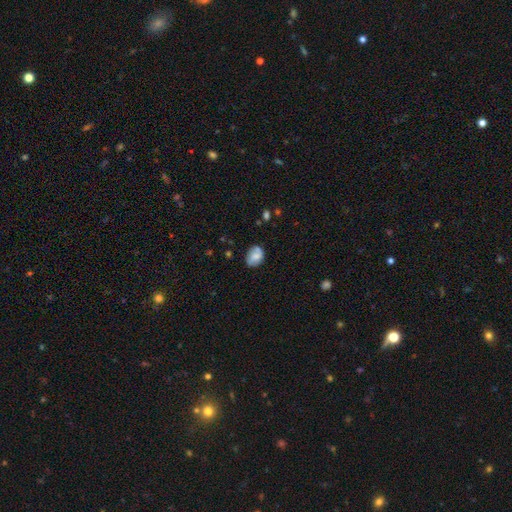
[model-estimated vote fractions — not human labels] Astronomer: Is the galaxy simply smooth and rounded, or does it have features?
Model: smooth — 63%.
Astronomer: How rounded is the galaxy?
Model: in between — 63%.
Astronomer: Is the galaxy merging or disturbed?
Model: none — 68%.